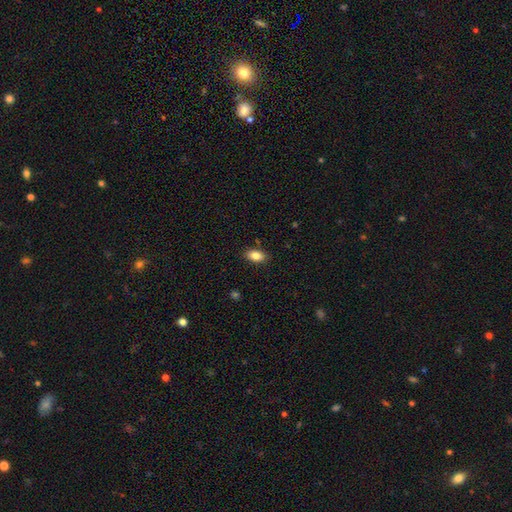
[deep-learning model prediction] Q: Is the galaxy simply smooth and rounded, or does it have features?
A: smooth — 85%.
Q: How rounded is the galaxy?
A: in between — 90%.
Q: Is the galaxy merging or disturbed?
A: none — 86%.